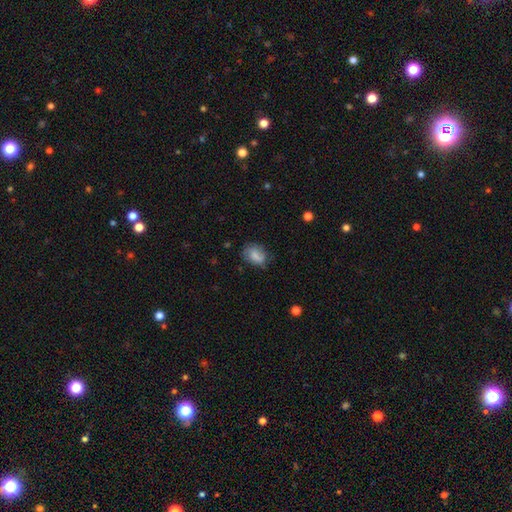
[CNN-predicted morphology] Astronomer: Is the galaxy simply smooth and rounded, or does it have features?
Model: smooth — 71%.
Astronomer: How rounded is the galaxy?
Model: in between — 67%.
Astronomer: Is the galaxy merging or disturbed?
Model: none — 61%.